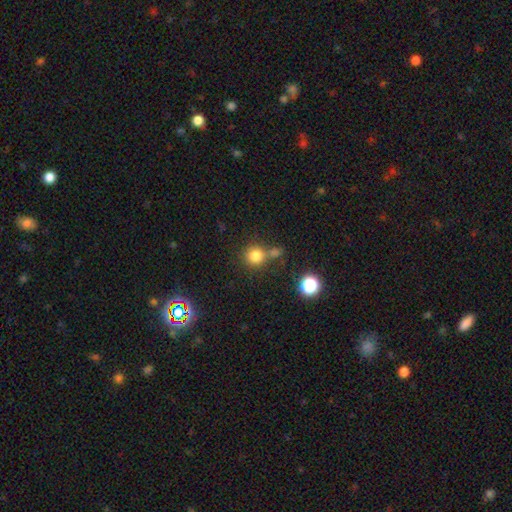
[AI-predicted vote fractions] This appears to be a smooth galaxy with no disk features (80%) that is round (91%). Merging: none (63%).